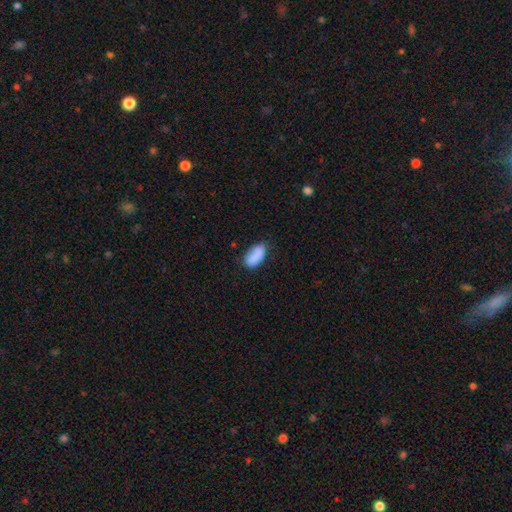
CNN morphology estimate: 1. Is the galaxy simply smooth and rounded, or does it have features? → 86% smooth, 7% star or artifact, 7% featured or disk.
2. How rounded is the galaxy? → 92% in between, 4% cigar-shaped, 3% round.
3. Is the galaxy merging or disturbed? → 67% none, 25% minor disturbance, 6% major disturbance, 3% merger.